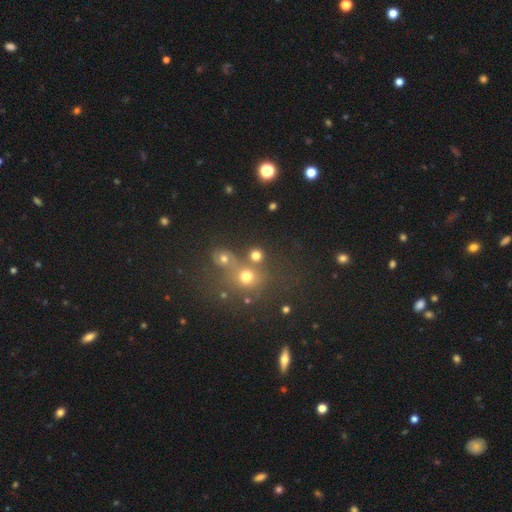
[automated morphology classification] Smooth or featured: smooth — 73% (star or artifact — 19%)
How rounded: round — 86% (in between — 13%)
Merging: none — 64% (merger — 23%)